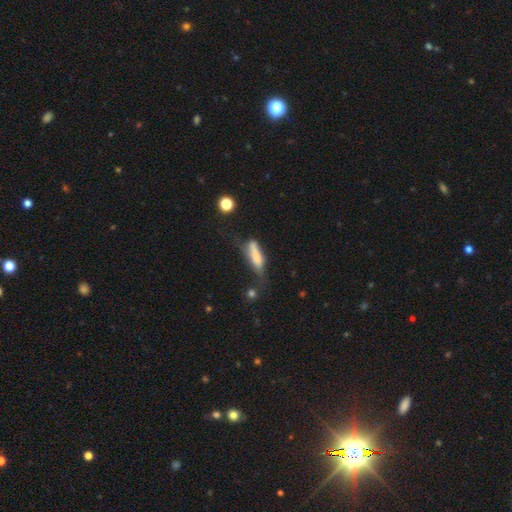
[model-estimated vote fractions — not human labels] A smooth galaxy with no disk features (69%) that is cigar-shaped (64%). Merging: none (35%).